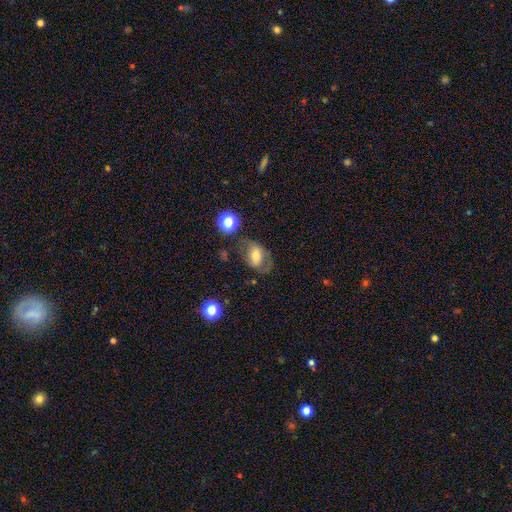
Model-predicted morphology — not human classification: The model was most divided on "smooth or featured": smooth: 53%, featured or disk: 36%, star or artifact: 11%. More confident: how rounded — in between (76%); merging — none (50%).